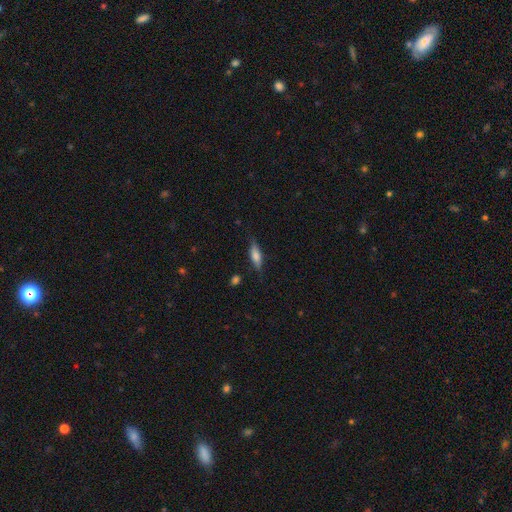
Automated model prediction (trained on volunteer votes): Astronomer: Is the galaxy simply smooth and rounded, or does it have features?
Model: smooth — 65%.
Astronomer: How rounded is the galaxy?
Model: in between — 52% (runner-up: cigar-shaped, 45%).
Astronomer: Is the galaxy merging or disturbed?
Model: none — 76%.